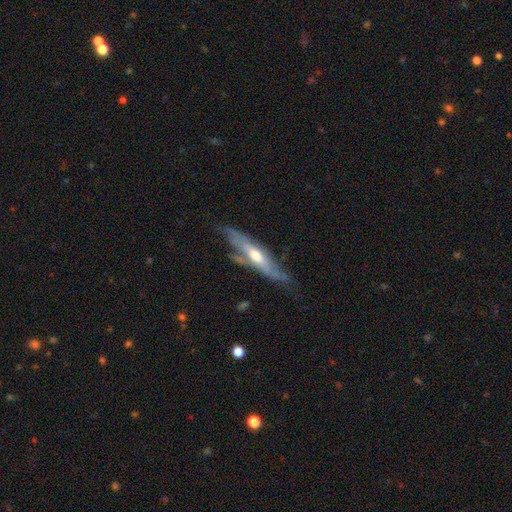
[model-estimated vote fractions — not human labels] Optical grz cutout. It shows a featured or disk galaxy (69%) viewed edge-on (60%). Merging: none (53%).